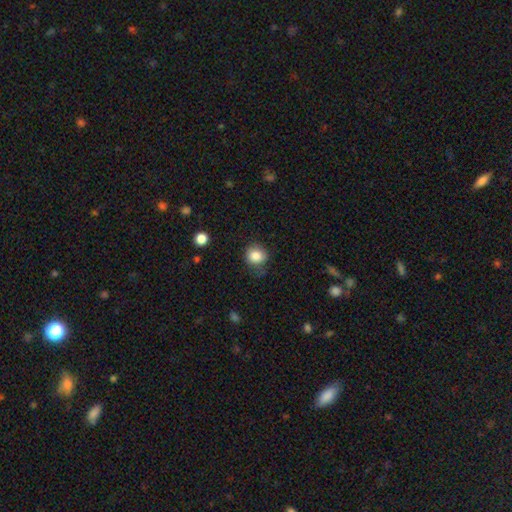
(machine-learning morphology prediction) The model was most divided on "merging": none: 72%, minor disturbance: 20%, major disturbance: 6%, merger: 2%. More confident: smooth or featured — smooth (85%); how rounded — round (80%).